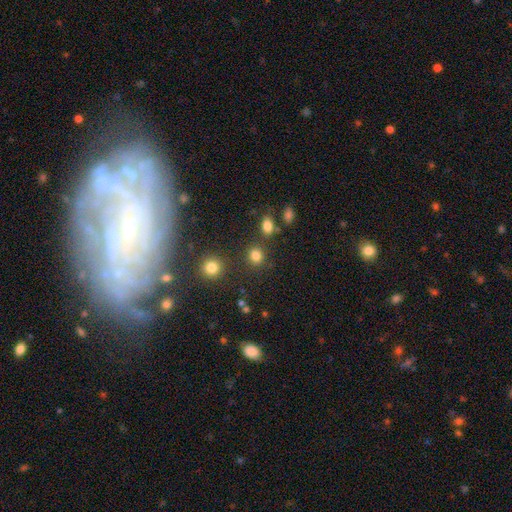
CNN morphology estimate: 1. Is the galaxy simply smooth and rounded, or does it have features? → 81% smooth, 13% star or artifact, 5% featured or disk.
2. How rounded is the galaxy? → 79% round, 20% in between, 1% cigar-shaped.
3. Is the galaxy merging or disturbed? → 80% none, 9% minor disturbance, 8% merger, 4% major disturbance.